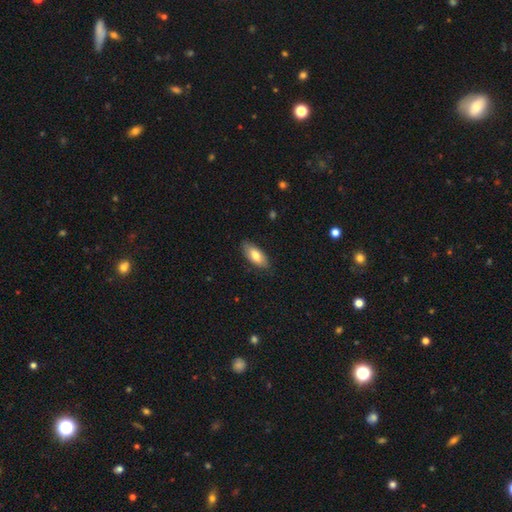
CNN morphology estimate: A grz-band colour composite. It shows a smooth galaxy with no disk features (73%) that is in between round and cigar-shaped (85%). Merging: none (82%).